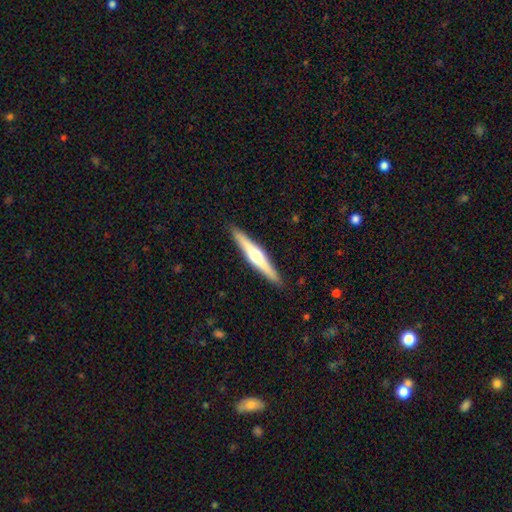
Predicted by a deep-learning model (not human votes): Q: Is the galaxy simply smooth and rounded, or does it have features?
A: featured or disk — 65%.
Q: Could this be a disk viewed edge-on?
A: yes — 97%.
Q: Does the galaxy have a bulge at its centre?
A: rounded — 92%.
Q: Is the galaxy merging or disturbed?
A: none — 91%.